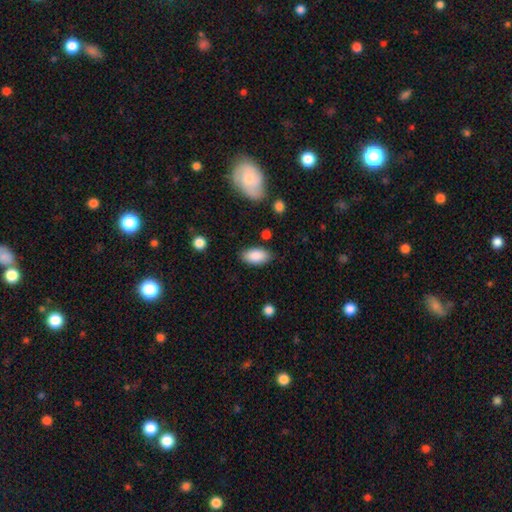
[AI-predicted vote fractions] smooth 88%, star or artifact 7%, featured or disk 6%. Down the decision tree: how rounded — in between (94%); merging — none (82%).